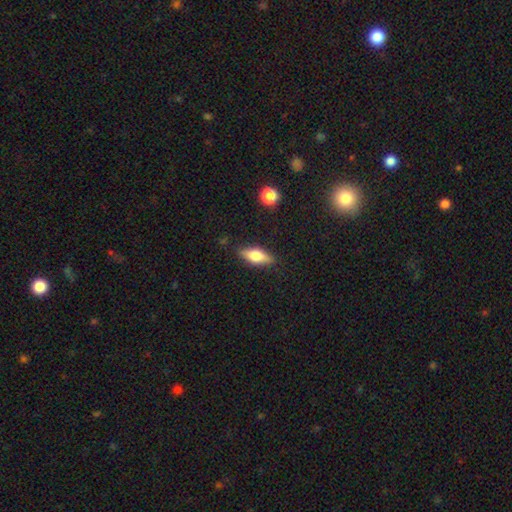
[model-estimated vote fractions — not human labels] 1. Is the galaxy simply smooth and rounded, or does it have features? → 60% smooth, 32% featured or disk, 7% star or artifact.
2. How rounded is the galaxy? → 71% in between, 26% cigar-shaped, 4% round.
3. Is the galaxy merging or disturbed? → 84% none, 12% minor disturbance, 3% major disturbance, 2% merger.